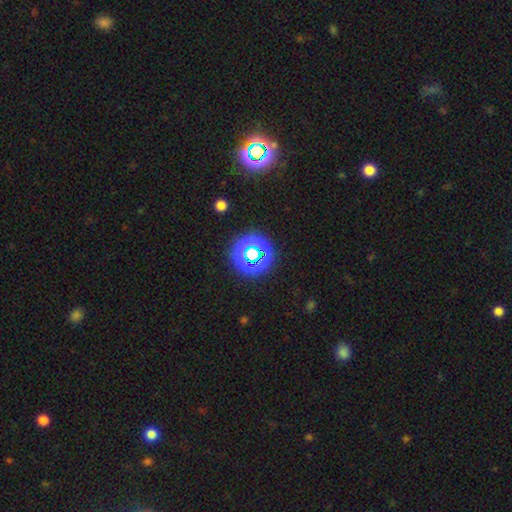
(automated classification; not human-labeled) Smooth or featured? star or artifact (67%)